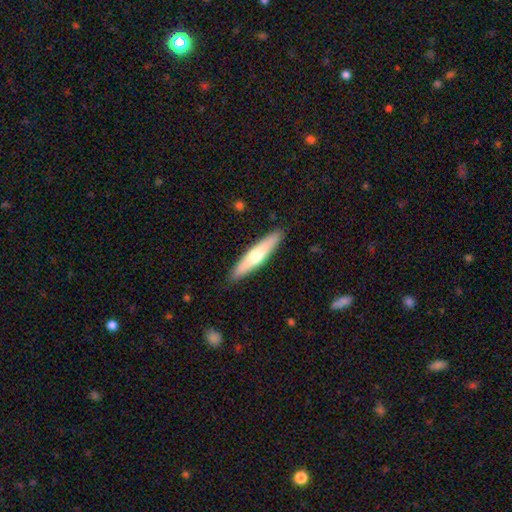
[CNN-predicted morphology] Smooth or featured?
  - smooth: 54% *
  - featured or disk: 41%
  - star or artifact: 5%
How rounded?
  - cigar-shaped: 87% *
  - in between: 12%
  - round: 1%
Merging?
  - none: 90% *
  - minor disturbance: 8%
  - major disturbance: 1%
  - merger: 1%